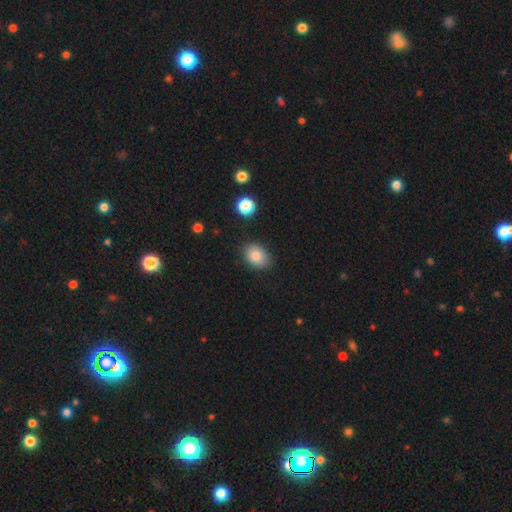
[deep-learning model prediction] Smooth or featured: smooth — 85% (star or artifact — 9%)
How rounded: in between — 76% (round — 23%)
Merging: none — 82% (minor disturbance — 13%)